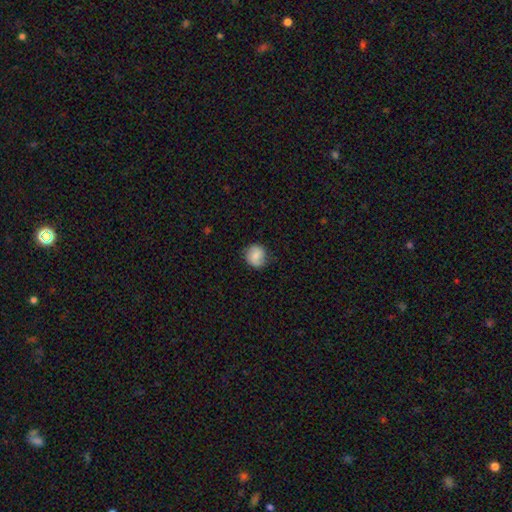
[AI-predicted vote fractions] Smooth or featured? smooth (68%)
How rounded? round (85%)
Merging? none (78%)